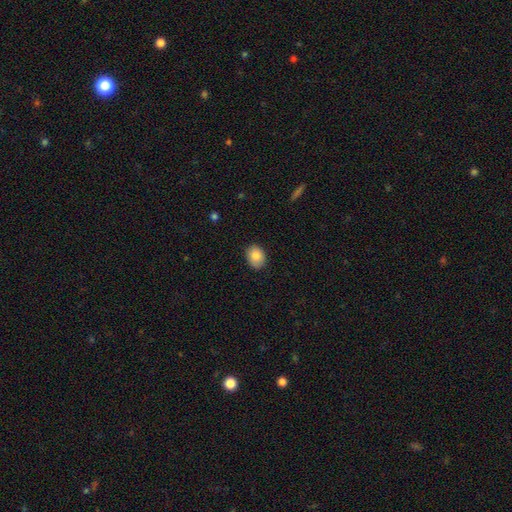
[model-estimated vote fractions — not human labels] smooth_or_featured: smooth (p=0.85) [alt: star or artifact p=0.08]
how_rounded: in between (p=0.63) [alt: round p=0.36]
merging: none (p=0.85) [alt: minor disturbance p=0.12]